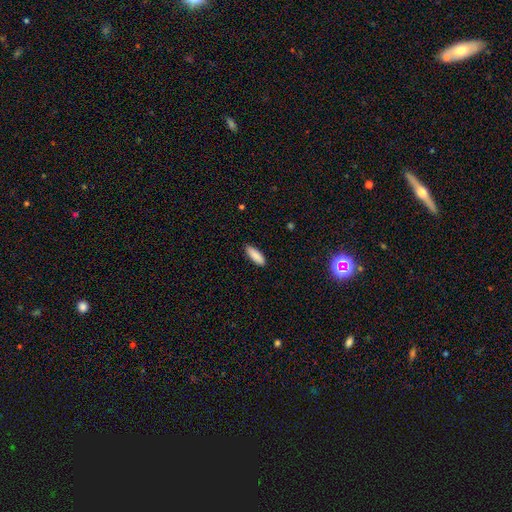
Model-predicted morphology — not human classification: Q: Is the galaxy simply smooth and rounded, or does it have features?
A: smooth — 89%.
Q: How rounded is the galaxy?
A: in between — 60%.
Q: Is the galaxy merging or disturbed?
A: none — 88%.